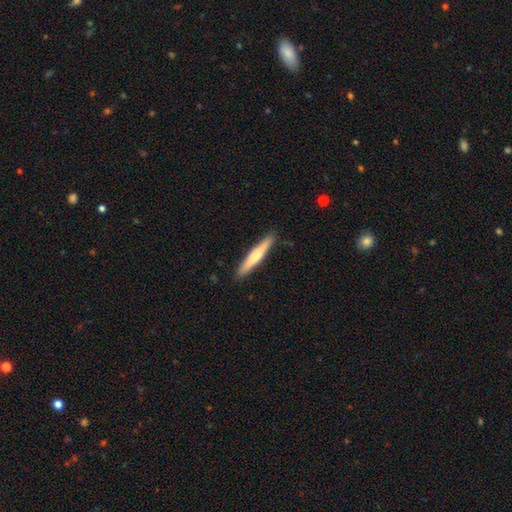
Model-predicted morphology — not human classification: smooth-or-featured: smooth: 57% | featured or disk: 38% | star or artifact: 5%
  how-rounded: cigar-shaped: 94% | in between: 5% | round: 1%
  merging: none: 90% | minor disturbance: 7% | major disturbance: 1% | merger: 1%